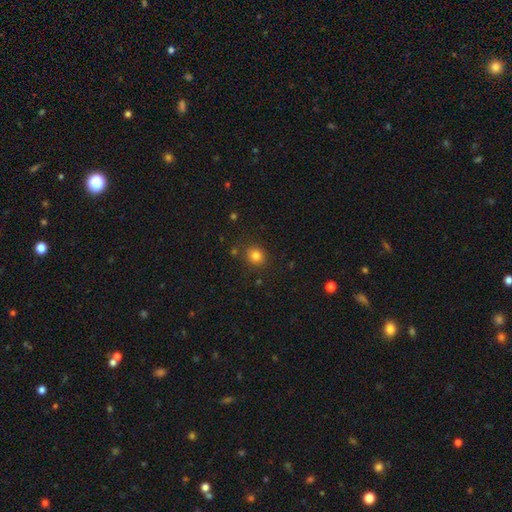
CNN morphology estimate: smooth_or_featured: smooth (p=0.80) [alt: star or artifact p=0.13]
how_rounded: round (p=0.82) [alt: in between p=0.17]
merging: none (p=0.84) [alt: minor disturbance p=0.10]